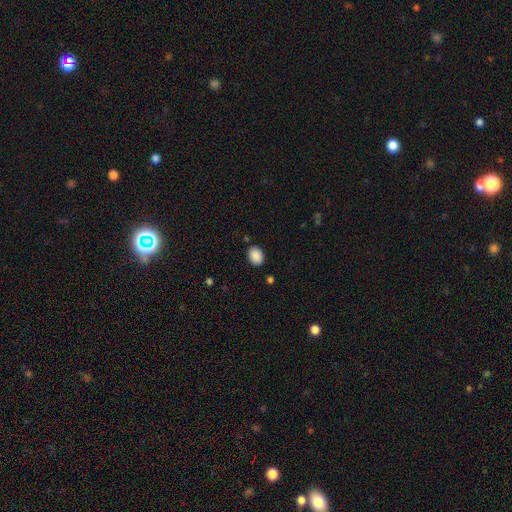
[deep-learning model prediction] The model was most divided on "how rounded": in between: 67%, round: 32%, cigar-shaped: 1%. More confident: smooth or featured — smooth (89%); merging — none (86%).